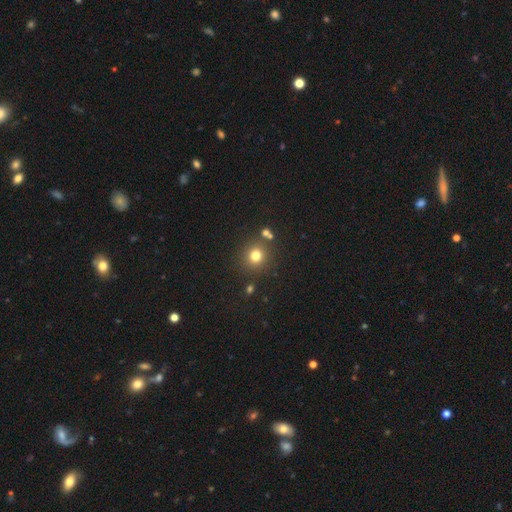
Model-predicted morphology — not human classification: Smooth or featured: smooth — 77% (star or artifact — 16%)
How rounded: round — 91% (in between — 8%)
Merging: none — 82% (minor disturbance — 8%)